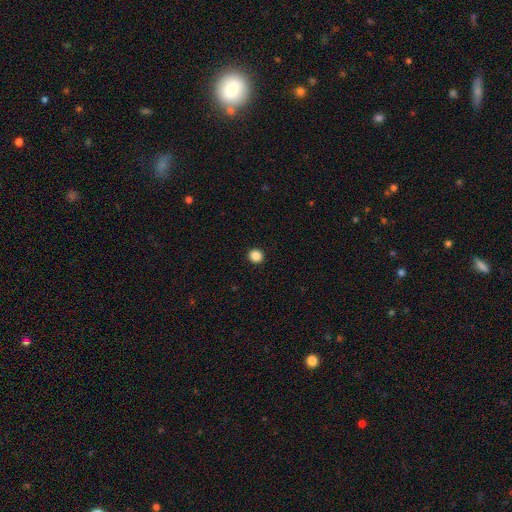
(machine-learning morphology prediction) This appears to be a smooth galaxy with no disk features (87%) that is round (93%). Merging: none (94%).